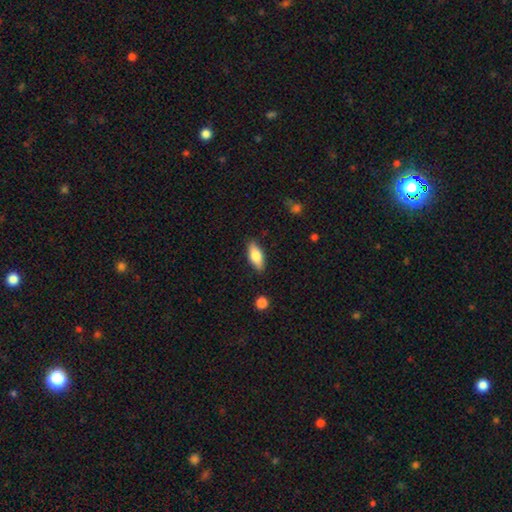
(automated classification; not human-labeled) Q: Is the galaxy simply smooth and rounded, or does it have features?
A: smooth — 75%.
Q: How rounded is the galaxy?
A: in between — 80%.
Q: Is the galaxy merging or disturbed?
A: none — 85%.